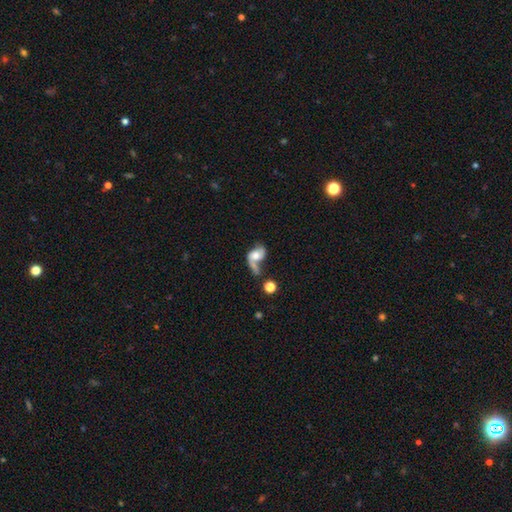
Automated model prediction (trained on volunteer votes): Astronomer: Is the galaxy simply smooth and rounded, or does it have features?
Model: featured or disk — 53% (runner-up: smooth, 38%).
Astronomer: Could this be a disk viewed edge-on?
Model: no — 96%.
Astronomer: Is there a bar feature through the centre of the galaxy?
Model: no — 71%.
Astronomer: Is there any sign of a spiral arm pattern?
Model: yes — 75%.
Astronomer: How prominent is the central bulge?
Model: moderate — 53%.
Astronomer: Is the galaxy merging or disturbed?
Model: major disturbance — 31%, tied with merger at 31%.